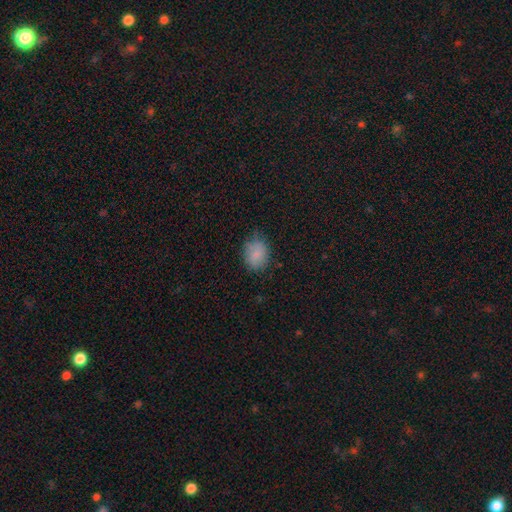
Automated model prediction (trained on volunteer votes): Smooth or featured: smooth — 82% (featured or disk — 9%)
How rounded: in between — 53% (round — 46%)
Merging: none — 67% (minor disturbance — 25%)